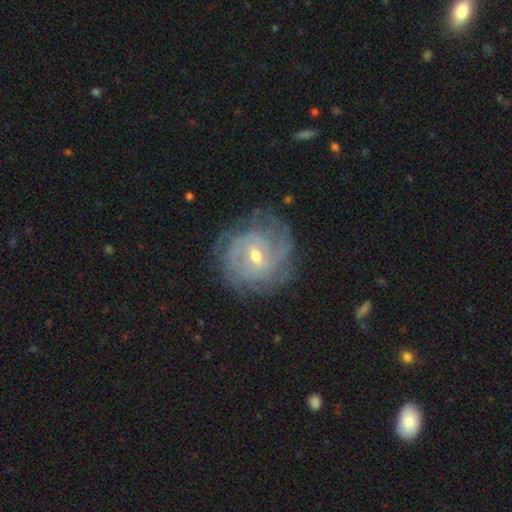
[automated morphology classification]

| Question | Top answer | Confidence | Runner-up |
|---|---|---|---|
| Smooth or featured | featured or disk | 83% | smooth (10%) |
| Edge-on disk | no | 97% | yes (3%) |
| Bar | weak | 53% | no (32%) |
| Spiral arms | yes | 93% | no (7%) |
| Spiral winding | tight | 64% | medium (28%) |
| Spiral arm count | can't tell | 41% | 2 (20%) |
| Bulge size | small | 49% | moderate (47%) |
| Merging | none | 74% | minor disturbance (17%) |